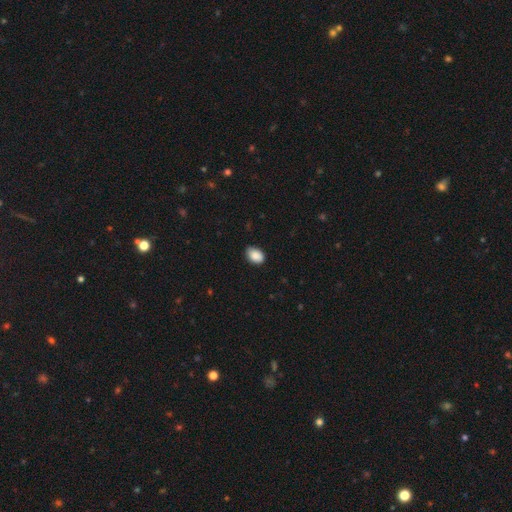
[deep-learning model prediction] smooth 89%, star or artifact 7%, featured or disk 4%. Down the decision tree: how rounded — in between (82%); merging — none (78%).